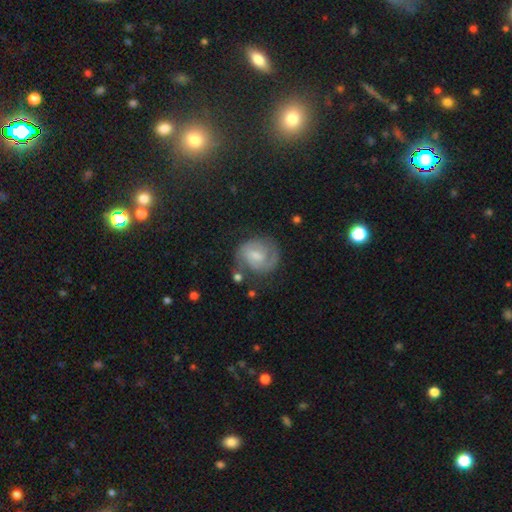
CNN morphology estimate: This appears to be a featured or disk galaxy (67%) with a weak bar (58%), 2 (68%) tight (45%) spiral arms (89%) and a small central bulge (46%). Merging: none (65%).